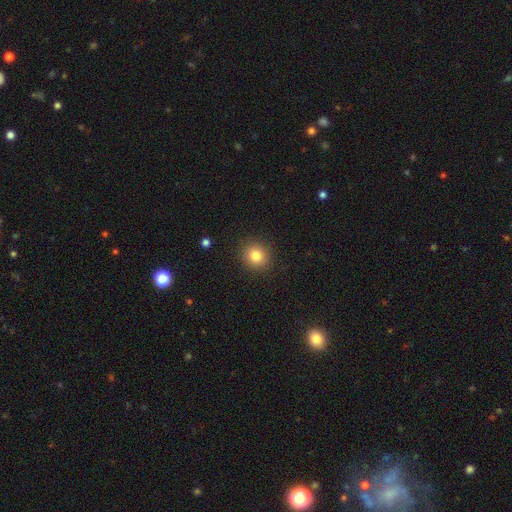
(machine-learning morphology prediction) Overall: smooth (82%). How rounded: round (86%). Merging: none (90%).